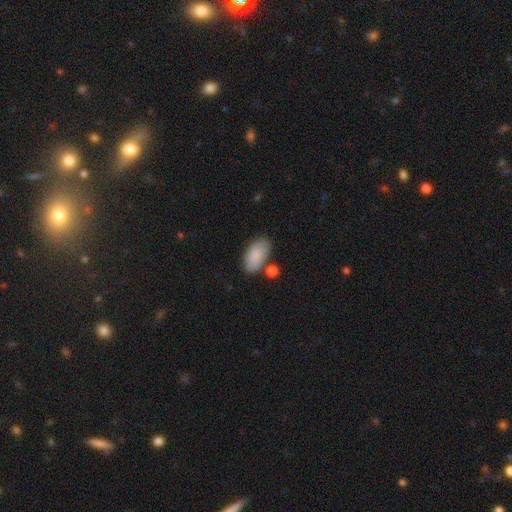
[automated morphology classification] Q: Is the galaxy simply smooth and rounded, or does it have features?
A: smooth — 83%.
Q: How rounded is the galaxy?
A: in between — 94%.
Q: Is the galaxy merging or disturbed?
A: none — 67%.